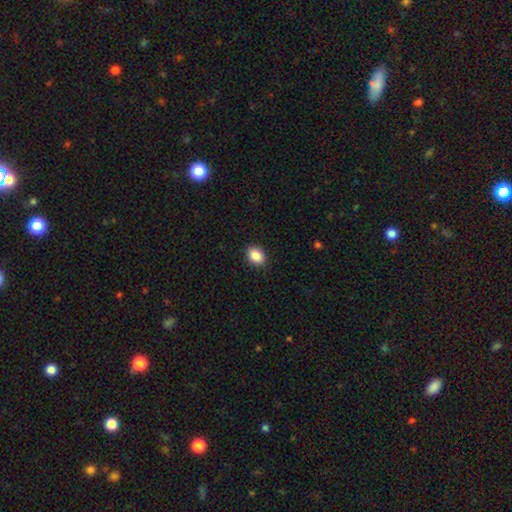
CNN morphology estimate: Smooth or featured: smooth — 88% (star or artifact — 8%)
How rounded: in between — 67% (round — 32%)
Merging: none — 90% (minor disturbance — 7%)